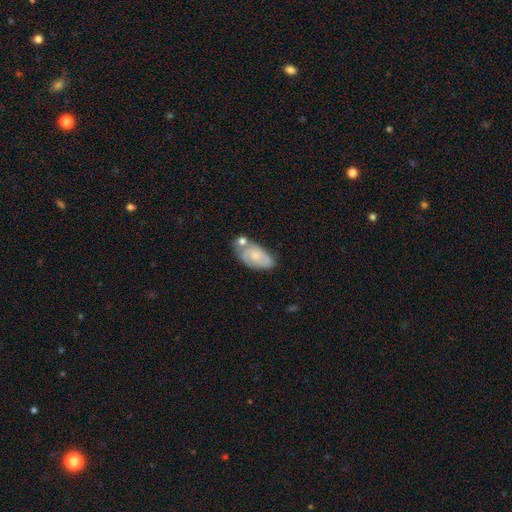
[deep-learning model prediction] A featured or disk galaxy (48%). Merging: none (40%).